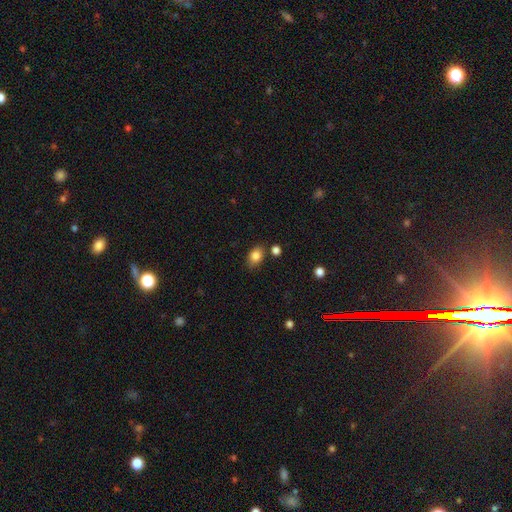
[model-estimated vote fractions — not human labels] Smooth or featured: smooth — 84% (star or artifact — 9%)
How rounded: in between — 78% (round — 21%)
Merging: none — 77% (minor disturbance — 14%)